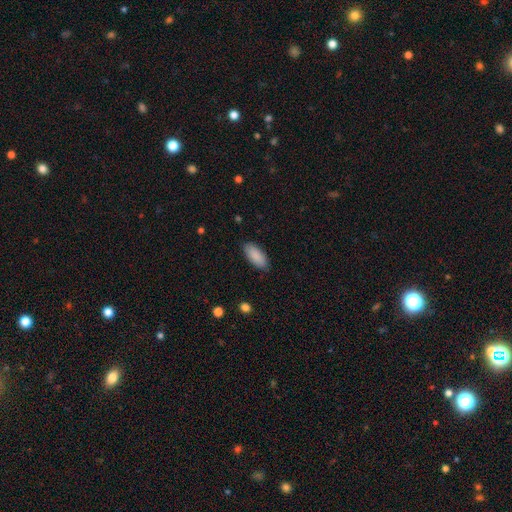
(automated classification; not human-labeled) The model was most divided on "merging": none: 86%, minor disturbance: 11%, major disturbance: 2%, merger: 1%. More confident: smooth or featured — smooth (89%); how rounded — in between (89%).